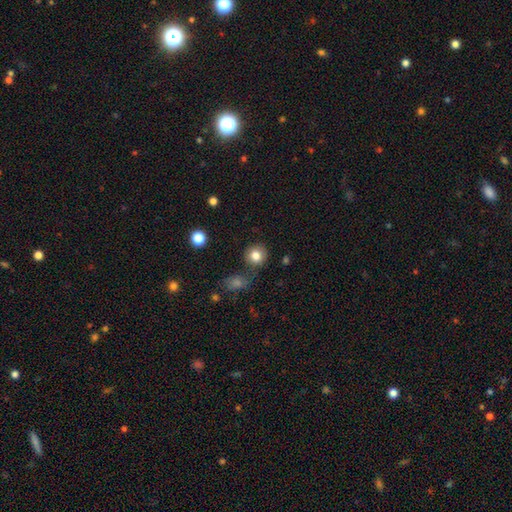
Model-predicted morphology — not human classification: Smooth or featured?
  - smooth: 82% *
  - star or artifact: 10%
  - featured or disk: 8%
How rounded?
  - round: 86% *
  - in between: 13%
  - cigar-shaped: 1%
Merging?
  - none: 73% *
  - minor disturbance: 13%
  - merger: 9%
  - major disturbance: 5%